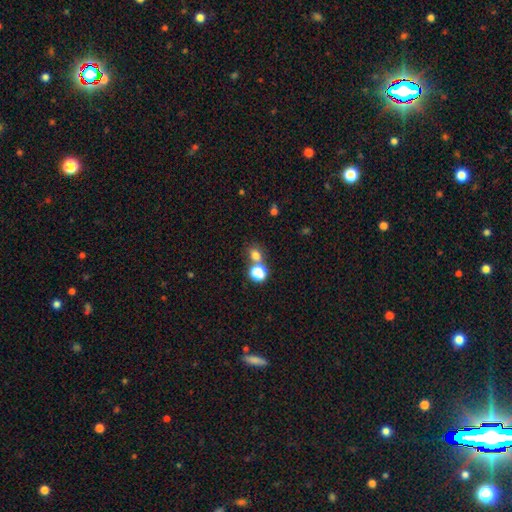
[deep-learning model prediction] smooth 75%, star or artifact 17%, featured or disk 8%. Down the decision tree: how rounded — round (66%); merging — none (54%).